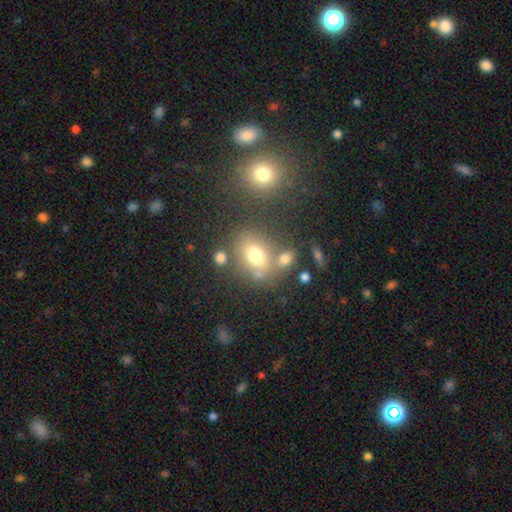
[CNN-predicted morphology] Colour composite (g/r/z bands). It shows a smooth galaxy with no disk features (70%) that is in between round and cigar-shaped (57%). Merging: none (62%).